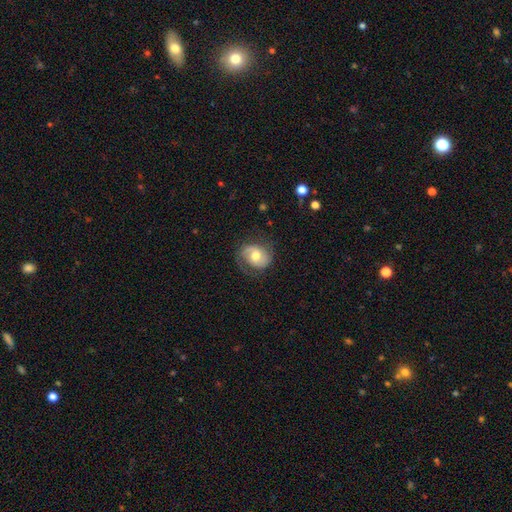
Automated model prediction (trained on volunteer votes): Morphology: type=featured or disk (60%); edge-on=no (97%); bar=no (58%); spiral arms=yes (83%); bulge=moderate (72%); merging=none (66%).